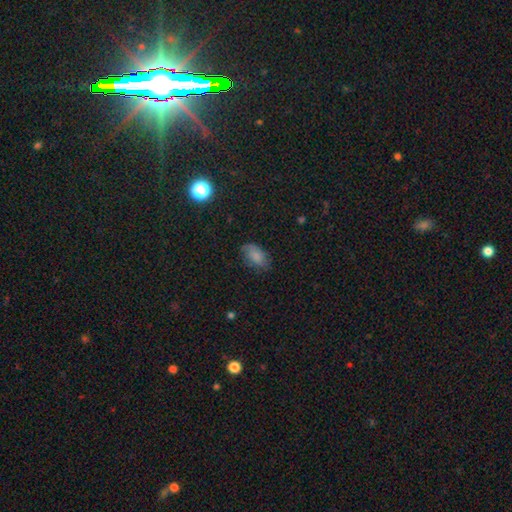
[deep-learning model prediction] smooth_or_featured: smooth (p=0.76) [alt: featured or disk p=0.14]
how_rounded: in between (p=0.92) [alt: round p=0.06]
merging: none (p=0.72) [alt: minor disturbance p=0.21]